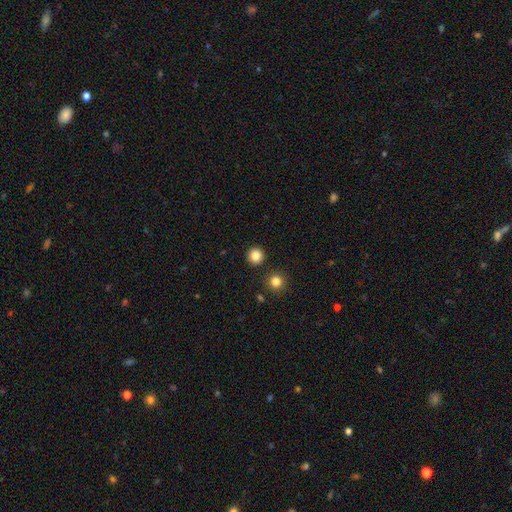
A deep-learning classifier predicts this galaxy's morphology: Smooth or featured?
  - smooth: 85% *
  - star or artifact: 12%
  - featured or disk: 4%
How rounded?
  - round: 94% *
  - in between: 5%
  - cigar-shaped: 1%
Merging?
  - none: 91% *
  - minor disturbance: 4%
  - merger: 2%
  - major disturbance: 2%